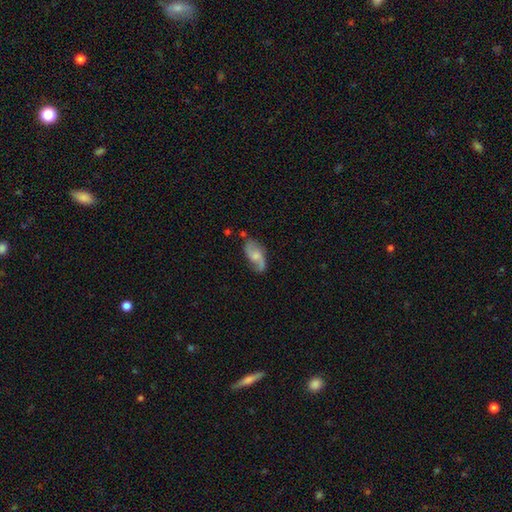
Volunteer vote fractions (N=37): Smooth or featured? 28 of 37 (76%) said featured or disk. Edge-on disk? 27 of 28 (96%) said no. Bar? 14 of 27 (52%) said no. Spiral arms? 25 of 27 (93%) said yes. Spiral winding? 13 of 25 (52%) said loose. Spiral arm count? 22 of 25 (88%) said 2. Bulge size? 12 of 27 (44%) said moderate. Merging? 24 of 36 (67%) said none.